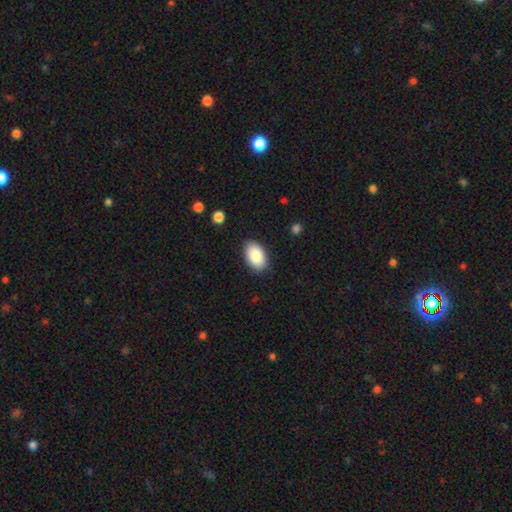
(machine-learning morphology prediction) Smooth or featured: smooth — 88% (star or artifact — 6%)
How rounded: in between — 94% (round — 5%)
Merging: none — 87% (minor disturbance — 10%)